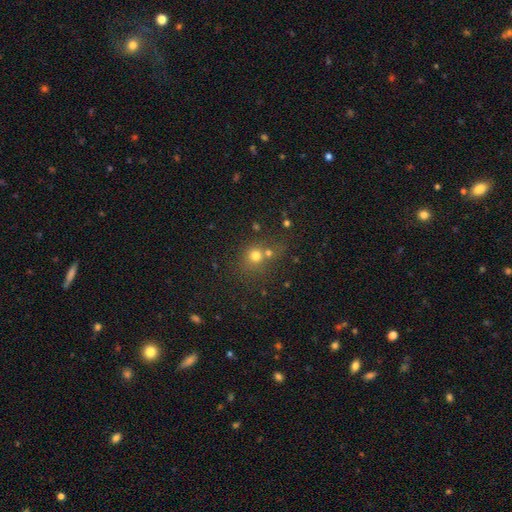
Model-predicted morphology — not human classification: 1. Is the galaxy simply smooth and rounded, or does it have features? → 70% smooth, 19% star or artifact, 11% featured or disk.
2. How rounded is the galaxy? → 82% round, 16% in between, 1% cigar-shaped.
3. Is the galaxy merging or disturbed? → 51% none, 35% merger, 9% minor disturbance, 5% major disturbance.